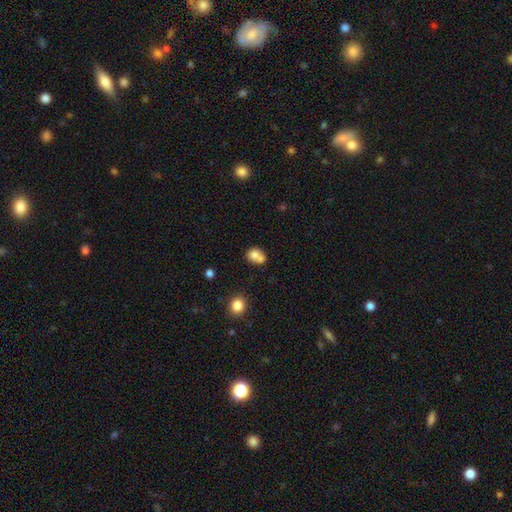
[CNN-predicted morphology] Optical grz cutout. It shows a smooth galaxy with no disk features (76%) that is round (64%). Merging: merger (49%).